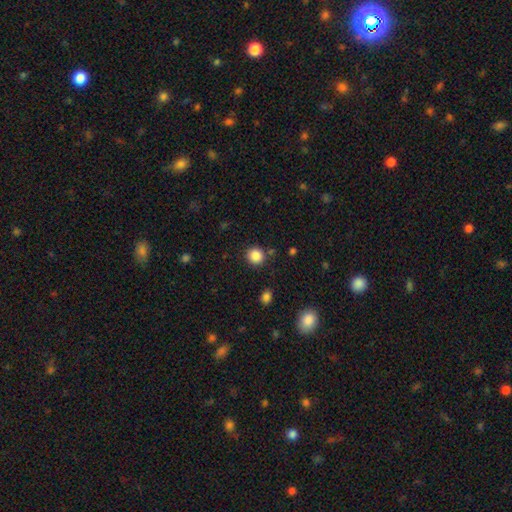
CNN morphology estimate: type=smooth (86%); roundness=round (90%); merging=none (87%).